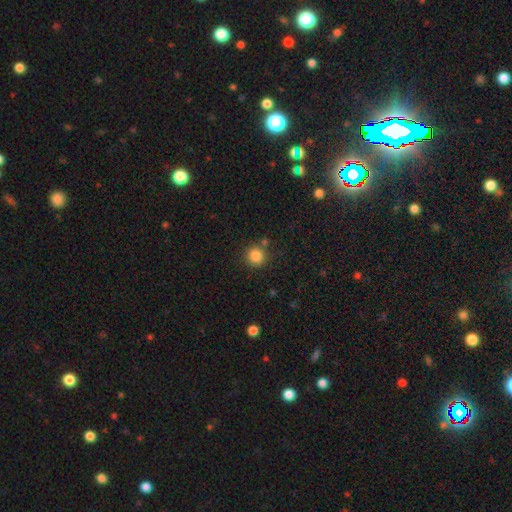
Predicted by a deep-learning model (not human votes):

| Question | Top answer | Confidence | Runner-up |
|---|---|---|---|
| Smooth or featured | smooth | 85% | star or artifact (11%) |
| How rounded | round | 92% | in between (7%) |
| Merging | none | 81% | minor disturbance (9%) |